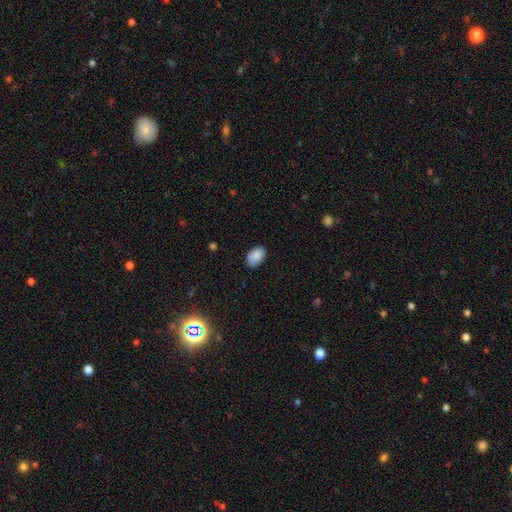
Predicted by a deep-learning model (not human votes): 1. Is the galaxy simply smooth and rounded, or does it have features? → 86% smooth, 8% star or artifact, 6% featured or disk.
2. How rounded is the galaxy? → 91% in between, 8% round, 1% cigar-shaped.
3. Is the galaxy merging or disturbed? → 76% none, 20% minor disturbance, 3% major disturbance, 1% merger.